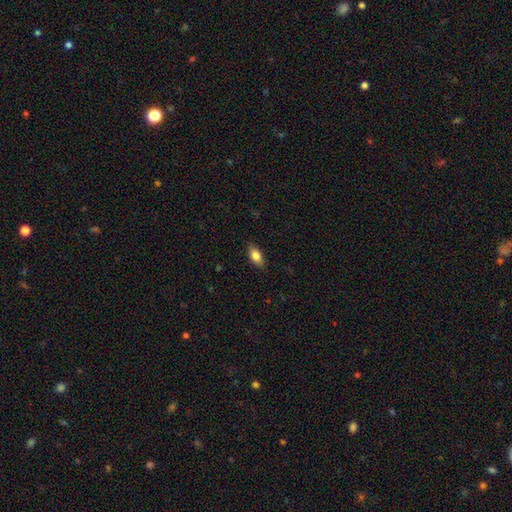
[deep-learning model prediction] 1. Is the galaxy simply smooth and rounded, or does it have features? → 82% smooth, 10% featured or disk, 8% star or artifact.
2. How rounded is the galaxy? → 87% in between, 7% cigar-shaped, 5% round.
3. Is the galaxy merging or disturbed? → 86% none, 11% minor disturbance, 2% major disturbance, 1% merger.